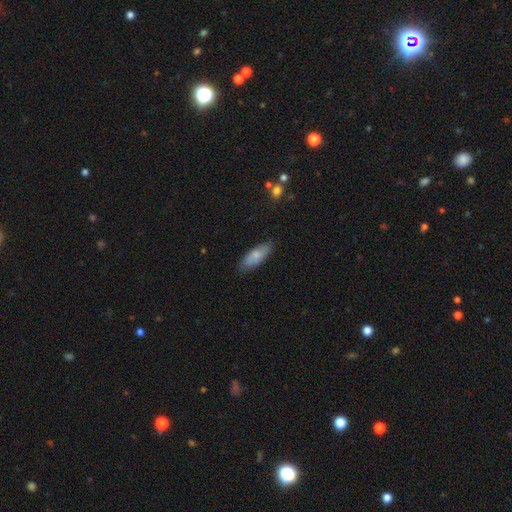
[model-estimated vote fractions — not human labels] This appears to be a smooth galaxy with no disk features (77%) that is in between round and cigar-shaped (67%). Merging: none (80%).